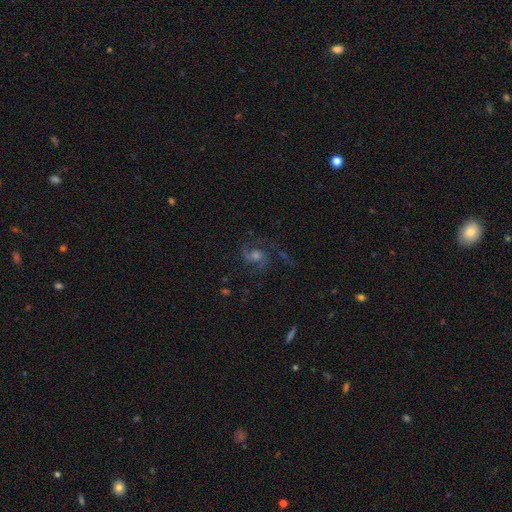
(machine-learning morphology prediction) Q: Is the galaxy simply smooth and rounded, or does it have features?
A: featured or disk — 76%.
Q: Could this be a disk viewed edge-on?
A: no — 97%.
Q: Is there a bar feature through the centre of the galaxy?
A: no — 56%.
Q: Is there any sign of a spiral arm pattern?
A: yes — 95%.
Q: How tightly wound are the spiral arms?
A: medium — 54%.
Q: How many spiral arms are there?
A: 2 — 82%.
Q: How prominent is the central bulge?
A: moderate — 52%.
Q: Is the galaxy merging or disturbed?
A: none — 69%.